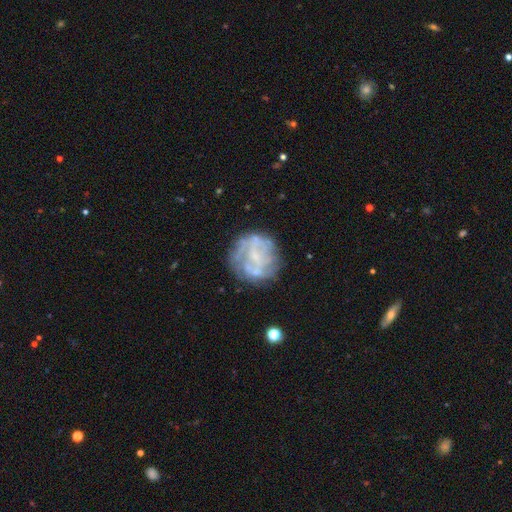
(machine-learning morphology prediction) A featured or disk galaxy (66%) with no bar (68%), no spiral arms (65%) and no central bulge (52%).

Vote fractions:
- Smooth or featured? featured or disk: 66% / smooth: 24% / star or artifact: 10%
- Edge-on disk? no: 98% / yes: 2%
- Bar? no: 68% / weak: 24% / strong: 8%
- Spiral arms? no: 65% / yes: 35%
- Bulge size? none: 52% / small: 32% / moderate: 13% / large: 2% / dominant: 1%
- Merging? none: 67% / minor disturbance: 17% / major disturbance: 12% / merger: 4%